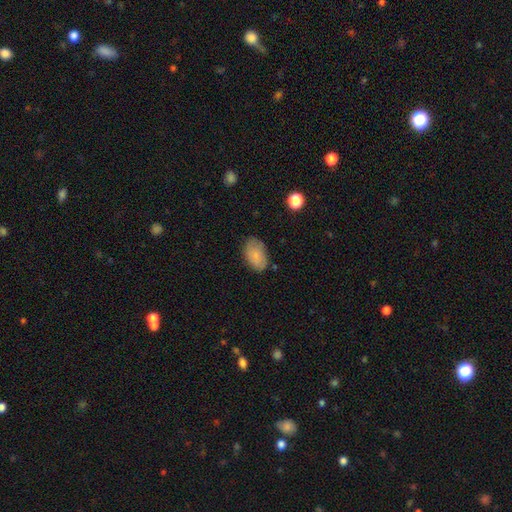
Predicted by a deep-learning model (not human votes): Overall: smooth (79%). How rounded: in between (91%). Merging: none (75%).